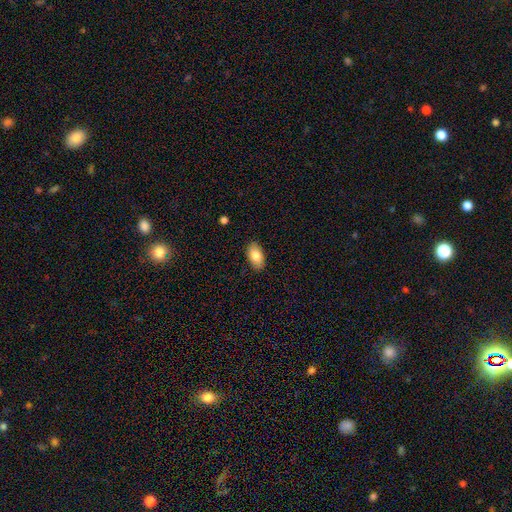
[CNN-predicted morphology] smooth-or-featured: smooth: 84% | featured or disk: 9% | star or artifact: 6%
  how-rounded: in between: 94% | round: 4% | cigar-shaped: 2%
  merging: none: 87% | minor disturbance: 10% | major disturbance: 2% | merger: 1%